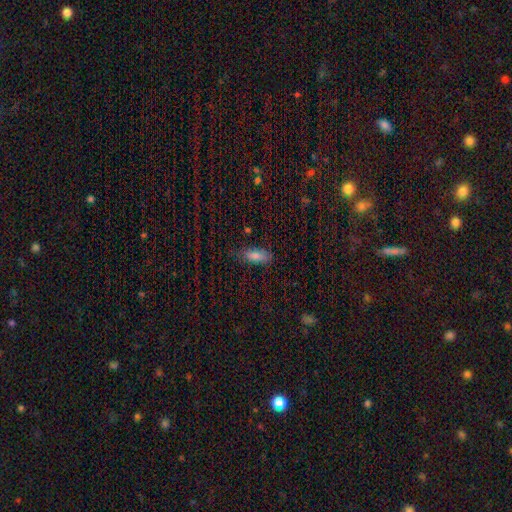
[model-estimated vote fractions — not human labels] A smooth galaxy with no disk features (81%) that is in between round and cigar-shaped (68%). Merging: none (71%).